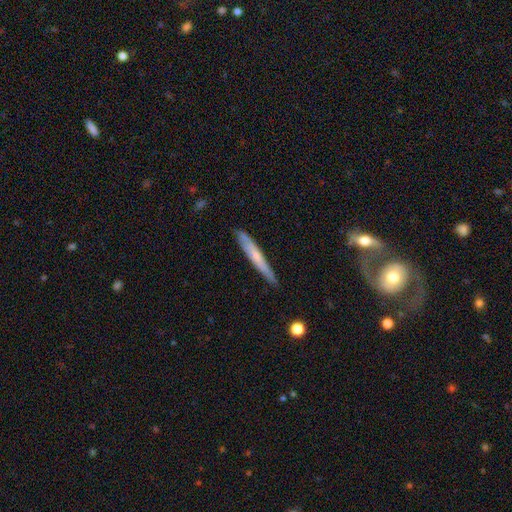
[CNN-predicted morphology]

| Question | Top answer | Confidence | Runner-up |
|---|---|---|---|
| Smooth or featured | smooth | 56% | featured or disk (38%) |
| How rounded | cigar-shaped | 95% | in between (3%) |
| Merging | none | 83% | minor disturbance (14%) |